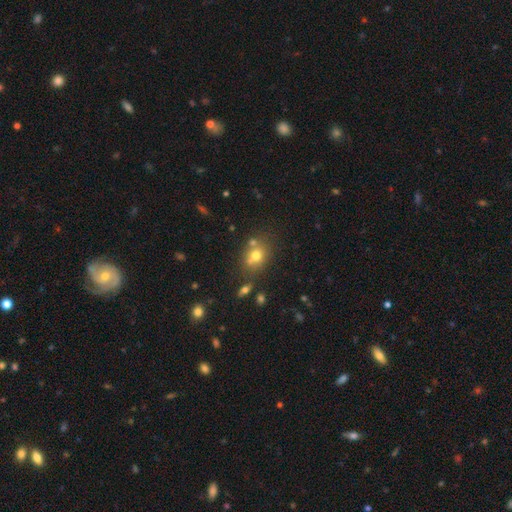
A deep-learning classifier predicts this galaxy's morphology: Smooth or featured?
  - smooth: 68% *
  - featured or disk: 16%
  - star or artifact: 15%
How rounded?
  - round: 62% *
  - in between: 37%
  - cigar-shaped: 1%
Merging?
  - none: 59% *
  - merger: 23%
  - minor disturbance: 13%
  - major disturbance: 5%